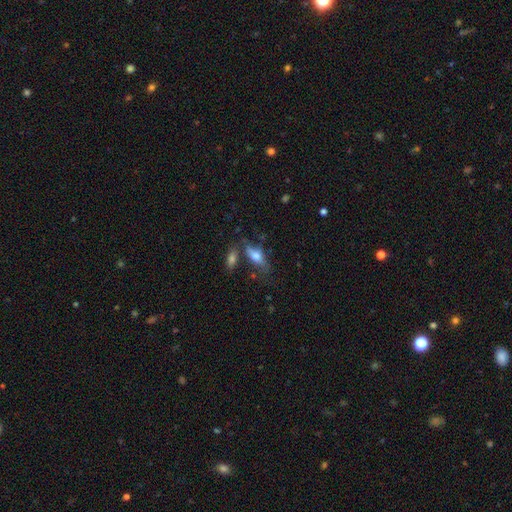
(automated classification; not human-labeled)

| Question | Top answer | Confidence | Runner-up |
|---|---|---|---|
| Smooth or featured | smooth | 64% | featured or disk (28%) |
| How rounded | in between | 69% | cigar-shaped (26%) |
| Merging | none | 47% | minor disturbance (23%) |